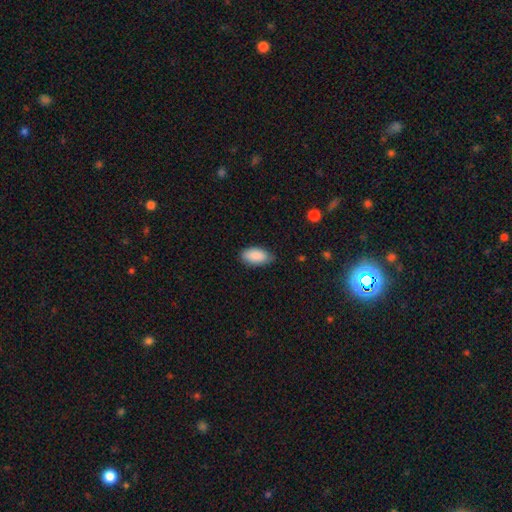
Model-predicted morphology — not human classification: Smooth or featured: smooth — 89% (star or artifact — 6%)
How rounded: in between — 93% (cigar-shaped — 4%)
Merging: none — 77% (minor disturbance — 19%)